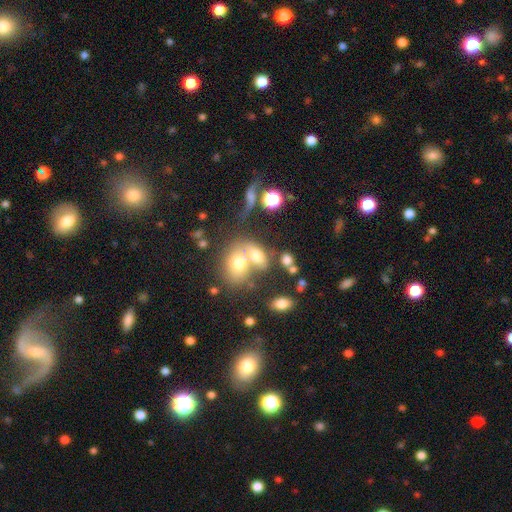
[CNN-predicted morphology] Q: Smooth or featured?
A: smooth (65%); runner-up: featured or disk (20%)
Q: How rounded?
A: in between (73%); runner-up: round (24%)
Q: Merging?
A: merger (58%); runner-up: none (25%)